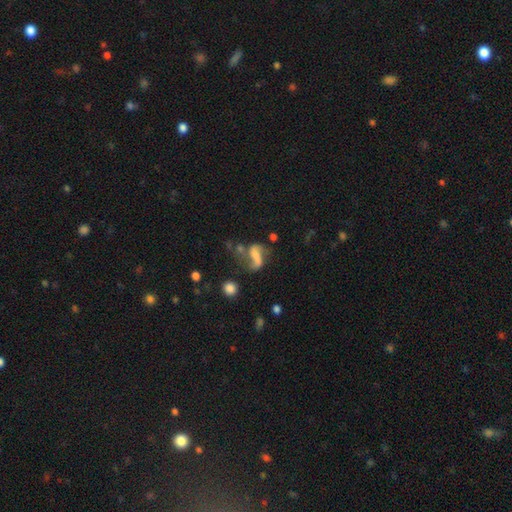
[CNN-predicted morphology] Smooth or featured? Predicted: featured or disk (p=0.64). Edge-on disk? Predicted: no (p=0.96). Bar? Predicted: no (p=0.36). Spiral arms? Predicted: yes (p=0.81). Bulge size? Predicted: none (p=0.43). Merging? Predicted: none (p=0.37).